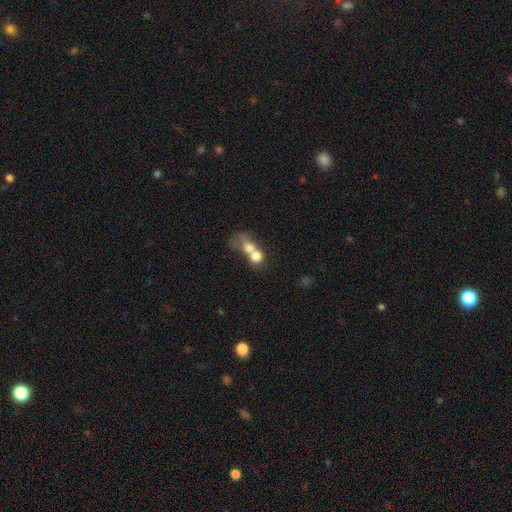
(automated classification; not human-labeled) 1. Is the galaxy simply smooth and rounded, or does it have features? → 65% smooth, 23% featured or disk, 12% star or artifact.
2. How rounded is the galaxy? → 61% round, 37% in between, 2% cigar-shaped.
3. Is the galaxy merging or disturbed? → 71% merger, 15% none, 9% major disturbance, 5% minor disturbance.